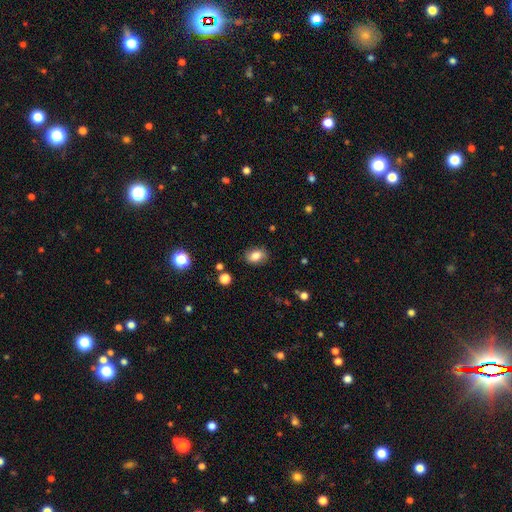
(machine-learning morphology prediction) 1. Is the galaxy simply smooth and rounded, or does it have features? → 81% smooth, 10% featured or disk, 9% star or artifact.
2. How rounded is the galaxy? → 75% in between, 24% round, 1% cigar-shaped.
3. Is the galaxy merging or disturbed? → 83% none, 13% minor disturbance, 3% major disturbance, 1% merger.